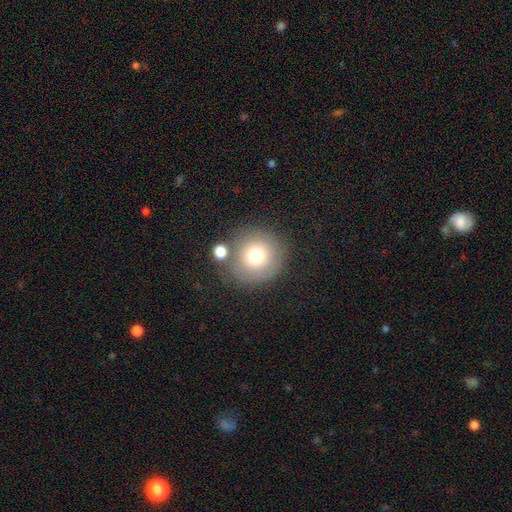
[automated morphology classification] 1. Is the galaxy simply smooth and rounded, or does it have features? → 73% smooth, 16% featured or disk, 11% star or artifact.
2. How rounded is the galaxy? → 94% round, 5% in between, 1% cigar-shaped.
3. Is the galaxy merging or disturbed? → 71% none, 12% minor disturbance, 12% merger, 5% major disturbance.